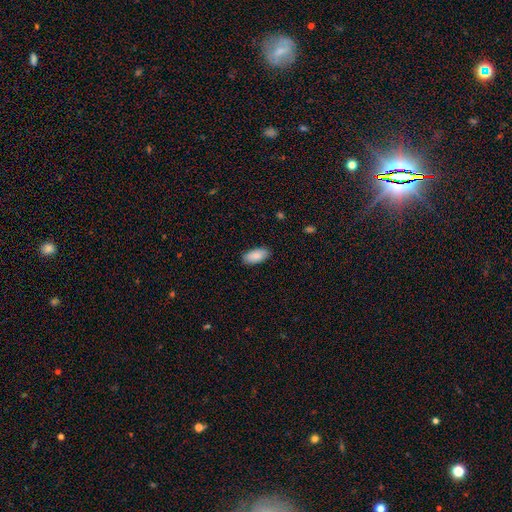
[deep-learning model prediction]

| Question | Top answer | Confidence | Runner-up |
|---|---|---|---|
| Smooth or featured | smooth | 87% | featured or disk (7%) |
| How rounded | in between | 92% | cigar-shaped (6%) |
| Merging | none | 86% | minor disturbance (11%) |